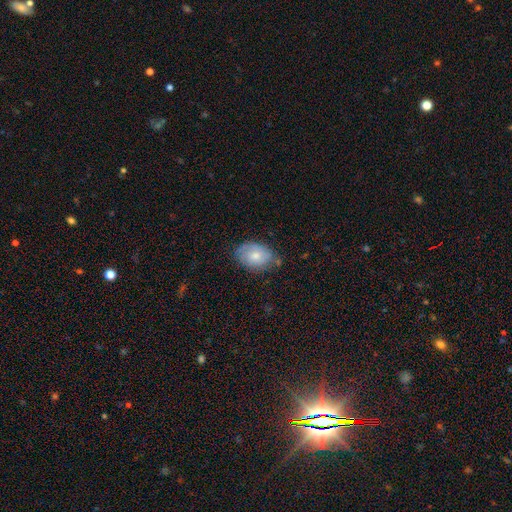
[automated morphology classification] Overall: smooth (59%; featured or disk 34%). How rounded: in between (81%). Merging: none (65%; minor disturbance 27%).